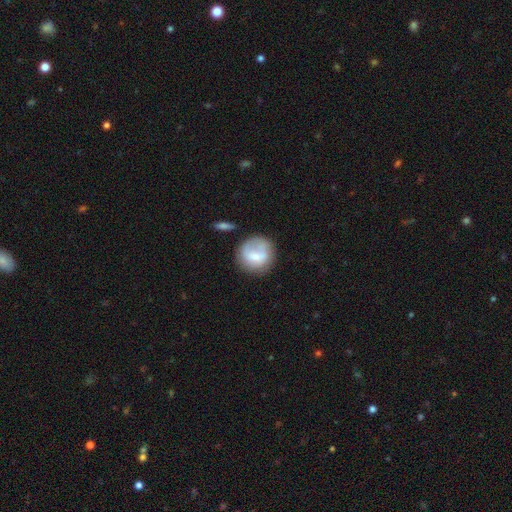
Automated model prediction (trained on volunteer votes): smooth-or-featured: smooth: 63% | featured or disk: 29% | star or artifact: 8%
  how-rounded: round: 90% | in between: 9% | cigar-shaped: 1%
  merging: none: 62% | minor disturbance: 20% | major disturbance: 10% | merger: 8%